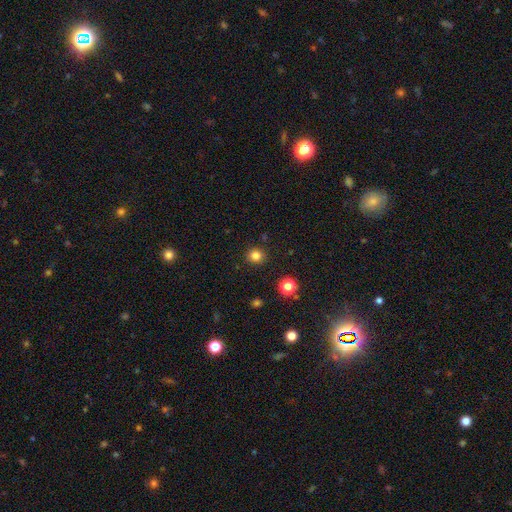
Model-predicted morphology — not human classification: A smooth galaxy with no disk features (82%) that is round (88%).

Vote fractions:
- Smooth or featured? smooth: 82% / star or artifact: 13% / featured or disk: 5%
- How rounded? round: 88% / in between: 11% / cigar-shaped: 1%
- Merging? none: 90% / minor disturbance: 6% / major disturbance: 2% / merger: 2%